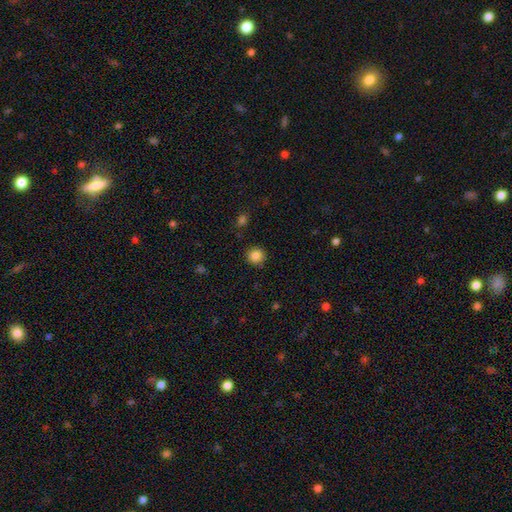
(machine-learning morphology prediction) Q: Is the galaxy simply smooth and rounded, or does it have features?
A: smooth — 84%.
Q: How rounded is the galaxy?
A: round — 93%.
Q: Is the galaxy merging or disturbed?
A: none — 90%.